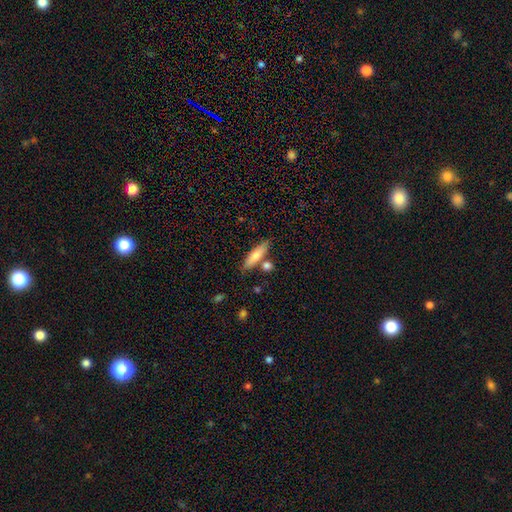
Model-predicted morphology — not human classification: Q: Smooth or featured?
A: smooth (75%); runner-up: featured or disk (19%)
Q: How rounded?
A: cigar-shaped (68%); runner-up: in between (29%)
Q: Merging?
A: none (74%); runner-up: merger (12%)